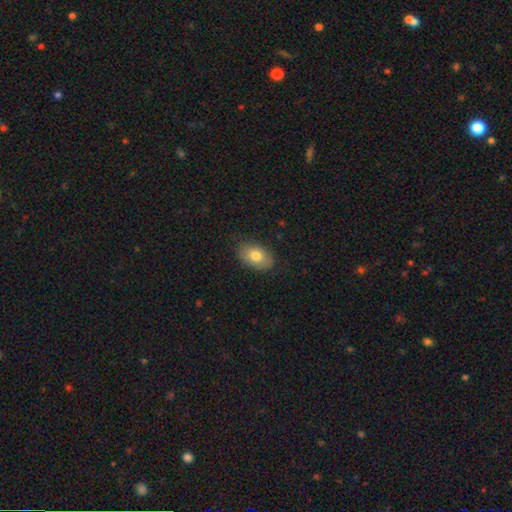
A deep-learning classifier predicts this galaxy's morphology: The model was most divided on "smooth or featured": smooth: 76%, featured or disk: 16%, star or artifact: 7%. More confident: how rounded — in between (88%); merging — none (82%).